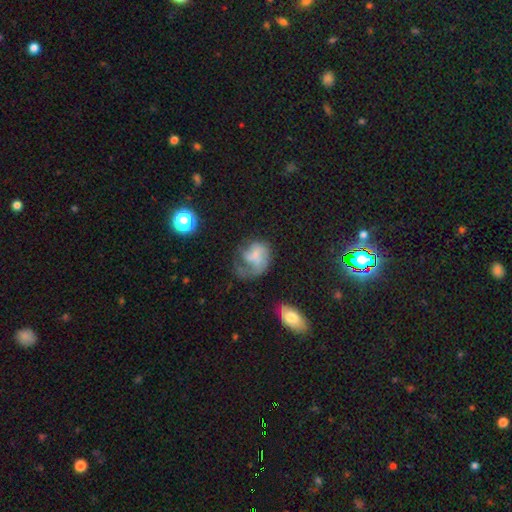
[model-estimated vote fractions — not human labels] Overall: featured or disk (46%; smooth 43%). Merging: major disturbance (49%; none 25%).